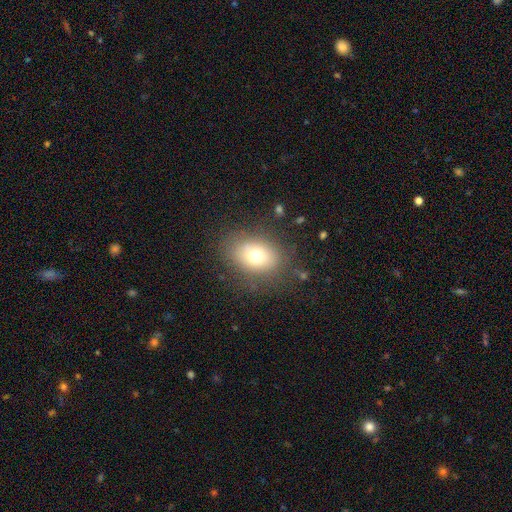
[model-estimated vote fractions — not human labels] smooth_or_featured: smooth (p=0.72) [alt: featured or disk p=0.16]
how_rounded: in between (p=0.69) [alt: round p=0.30]
merging: none (p=0.79) [alt: minor disturbance p=0.13]